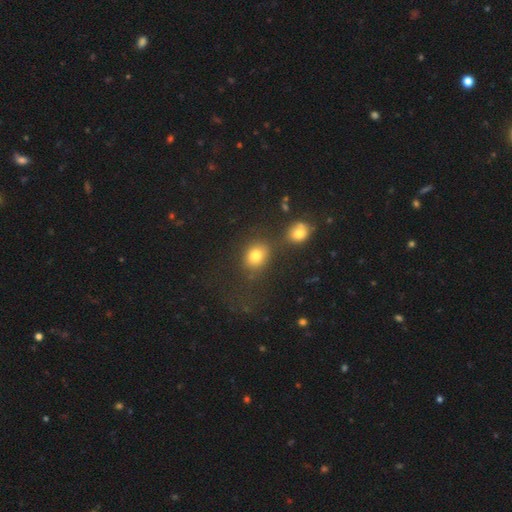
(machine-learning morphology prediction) type=smooth (77%); roundness=round (57%); merging=none (63%).